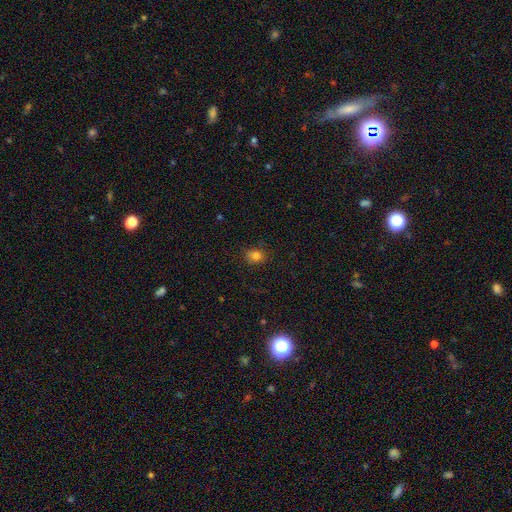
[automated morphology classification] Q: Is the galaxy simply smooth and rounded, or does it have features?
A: smooth — 79%.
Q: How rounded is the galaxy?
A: round — 61%.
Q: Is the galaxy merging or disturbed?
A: none — 79%.